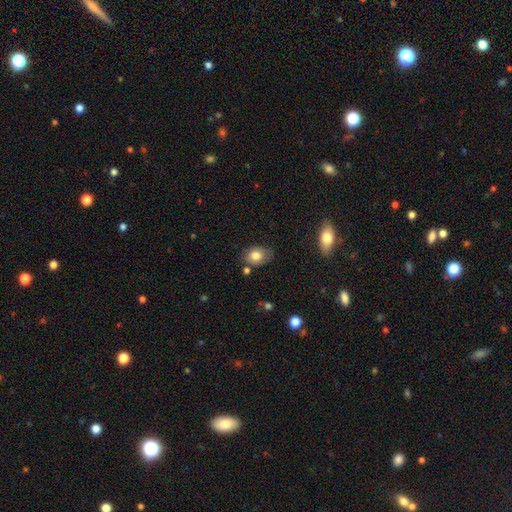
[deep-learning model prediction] The model was most divided on "merging": none: 66%, minor disturbance: 23%, merger: 6%, major disturbance: 5%. More confident: smooth or featured — smooth (79%); how rounded — in between (73%).